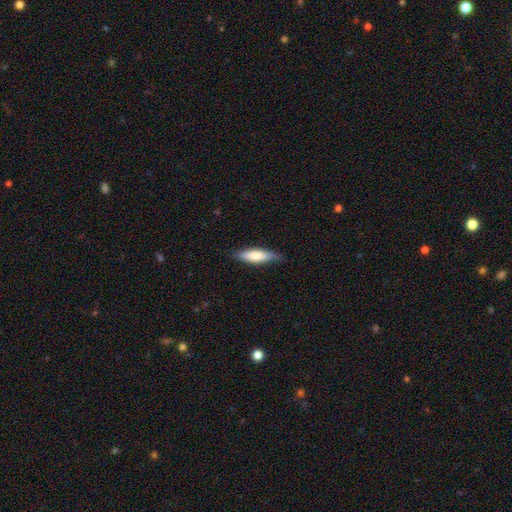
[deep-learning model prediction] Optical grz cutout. It shows a smooth galaxy with no disk features (72%) that is cigar-shaped (59%). Merging: none (79%).